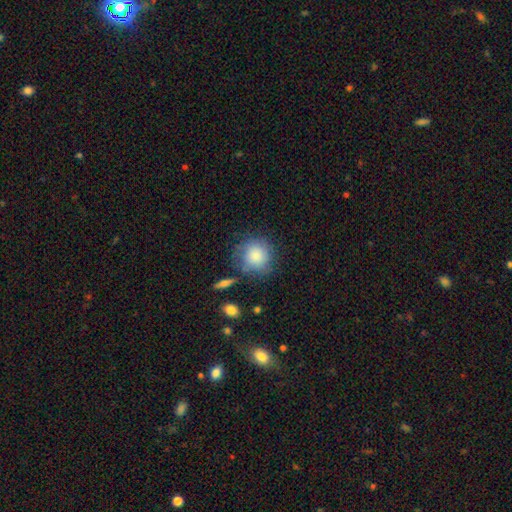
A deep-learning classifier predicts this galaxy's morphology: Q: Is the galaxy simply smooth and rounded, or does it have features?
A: smooth — 84%.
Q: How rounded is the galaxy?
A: round — 89%.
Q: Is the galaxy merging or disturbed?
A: none — 69%.